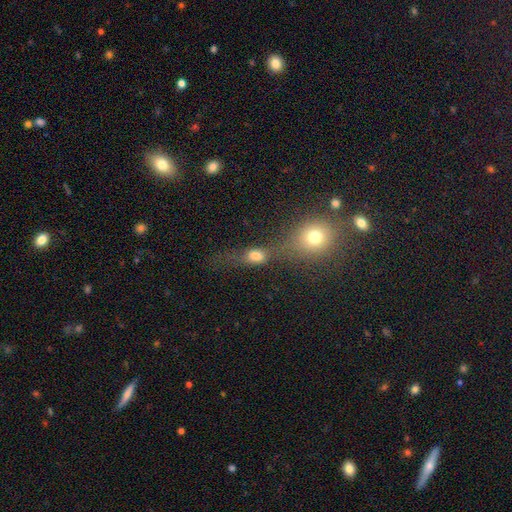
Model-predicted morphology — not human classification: Smooth or featured?
  - smooth: 68% *
  - featured or disk: 18%
  - star or artifact: 14%
How rounded?
  - in between: 56% *
  - round: 31%
  - cigar-shaped: 12%
Merging?
  - merger: 45% *
  - none: 34%
  - minor disturbance: 11%
  - major disturbance: 9%